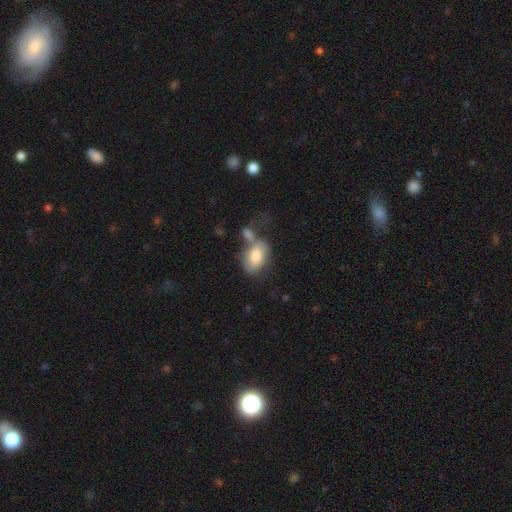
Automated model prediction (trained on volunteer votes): Overall: smooth (76%). How rounded: in between (87%). Merging: merger (35%; none 29%).